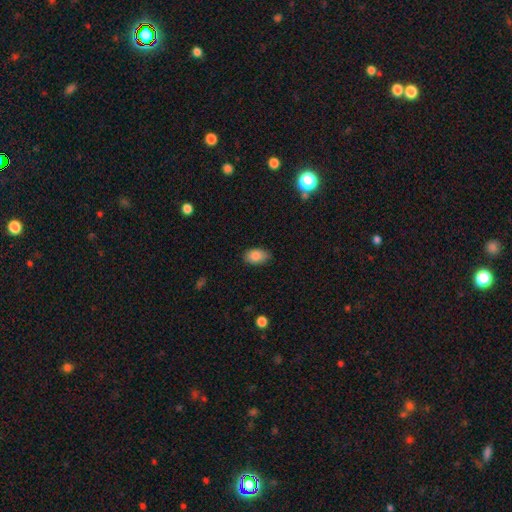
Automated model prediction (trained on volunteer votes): smooth_or_featured: smooth (p=0.85) [alt: star or artifact p=0.08]
how_rounded: in between (p=0.90) [alt: round p=0.09]
merging: none (p=0.80) [alt: minor disturbance p=0.16]